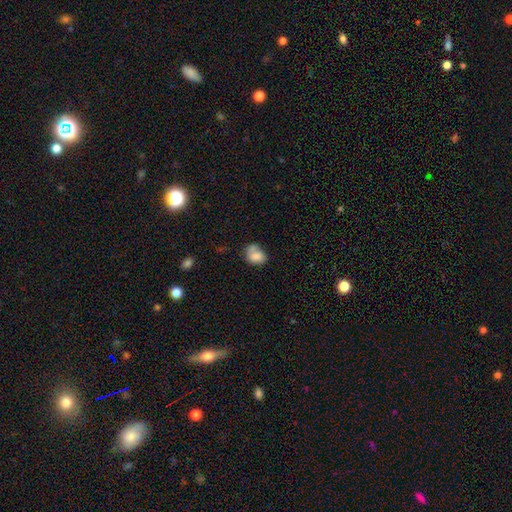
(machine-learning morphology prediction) Smooth or featured? Predicted: smooth (p=0.78). How rounded? Predicted: in between (p=0.66). Merging? Predicted: none (p=0.36).